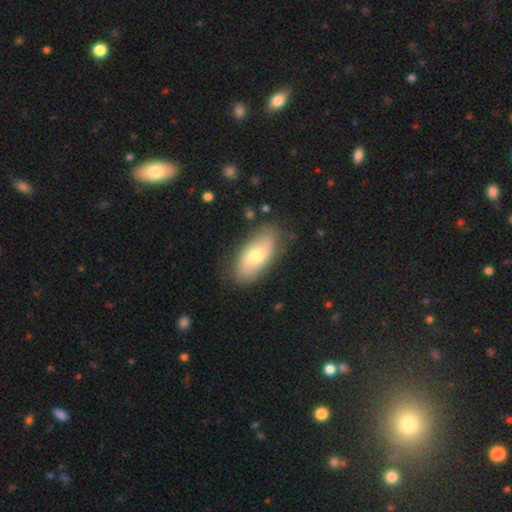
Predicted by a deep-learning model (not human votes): A smooth galaxy with no disk features (59%) that is in between round and cigar-shaped (90%).

Vote fractions:
- Smooth or featured? smooth: 59% / featured or disk: 35% / star or artifact: 6%
- How rounded? in between: 90% / cigar-shaped: 6% / round: 3%
- Merging? none: 80% / minor disturbance: 14% / major disturbance: 4% / merger: 2%